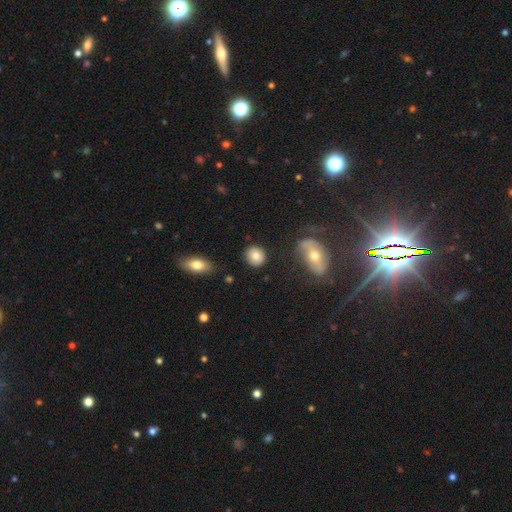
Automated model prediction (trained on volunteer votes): This appears to be a smooth galaxy with no disk features (79%) that is round (76%). Merging: none (85%).